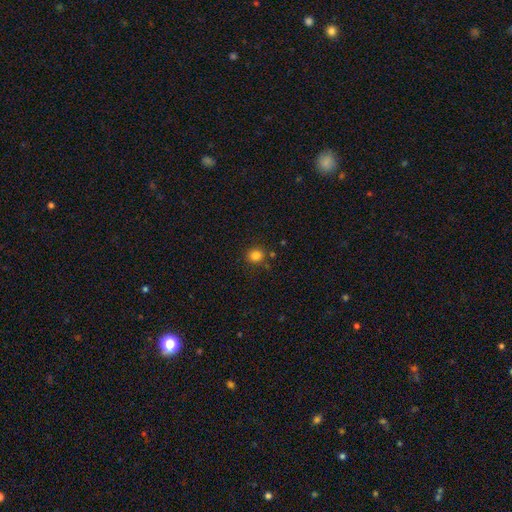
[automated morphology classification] The model was most divided on "how rounded": round: 78%, in between: 21%, cigar-shaped: 1%. More confident: smooth or featured — smooth (82%); merging — none (80%).